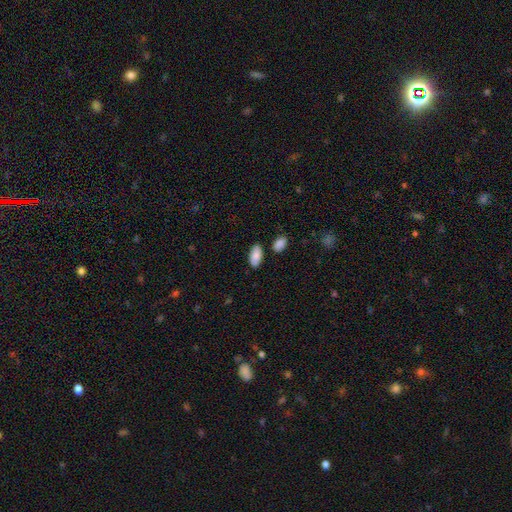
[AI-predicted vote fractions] Smooth or featured? smooth (83%)
How rounded? in between (93%)
Merging? none (81%)